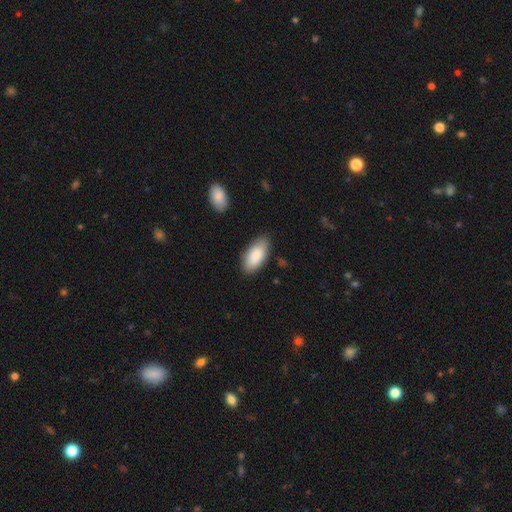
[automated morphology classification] Smooth or featured?
  - smooth: 87% *
  - featured or disk: 7%
  - star or artifact: 6%
How rounded?
  - in between: 92% *
  - cigar-shaped: 6%
  - round: 2%
Merging?
  - none: 82% *
  - minor disturbance: 13%
  - major disturbance: 3%
  - merger: 2%